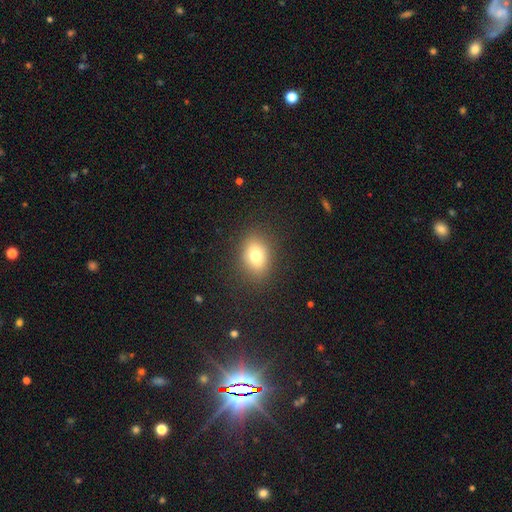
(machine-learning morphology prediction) smooth_or_featured: smooth (p=0.75) [alt: featured or disk p=0.13]
how_rounded: in between (p=0.60) [alt: round p=0.39]
merging: none (p=0.86) [alt: minor disturbance p=0.09]